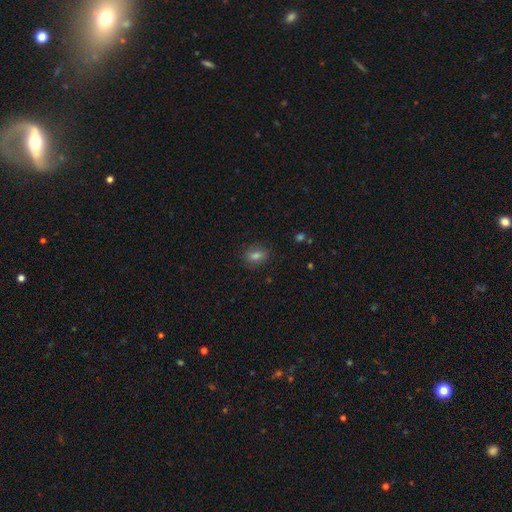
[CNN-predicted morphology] smooth 73%, star or artifact 15%, featured or disk 12%. Down the decision tree: how rounded — in between (66%); merging — none (84%).